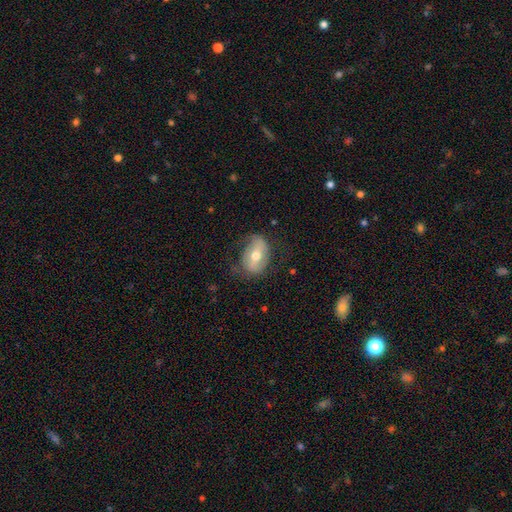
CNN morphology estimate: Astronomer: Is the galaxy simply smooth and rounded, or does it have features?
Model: featured or disk — 47% (runner-up: smooth, 46%).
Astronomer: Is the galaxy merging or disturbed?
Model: none — 65%.